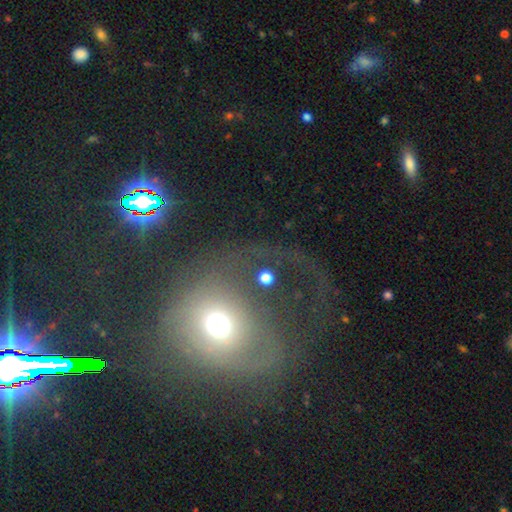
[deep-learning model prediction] Smooth or featured? smooth (42%)
Merging? major disturbance (48%)